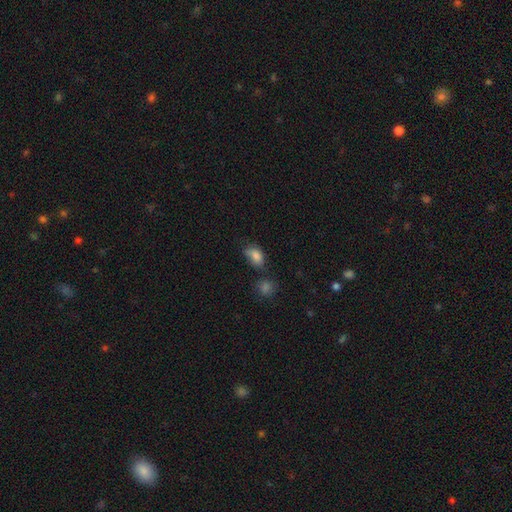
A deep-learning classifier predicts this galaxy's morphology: Overall: smooth (82%). How rounded: in between (82%). Merging: none (42%; minor disturbance 32%).